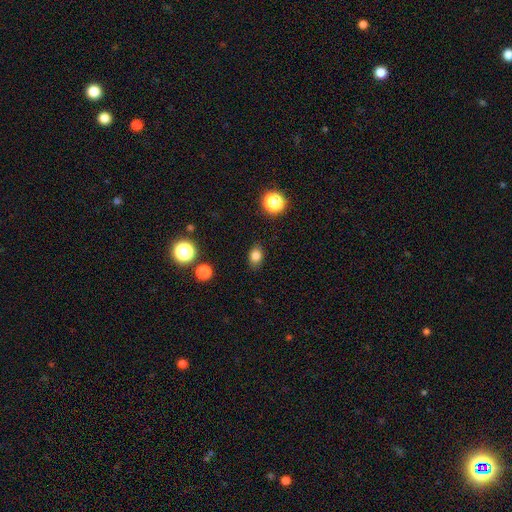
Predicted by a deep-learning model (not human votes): smooth-or-featured: smooth: 81% | star or artifact: 13% | featured or disk: 6%
  how-rounded: in between: 64% | round: 34% | cigar-shaped: 1%
  merging: none: 85% | minor disturbance: 11% | major disturbance: 3% | merger: 1%